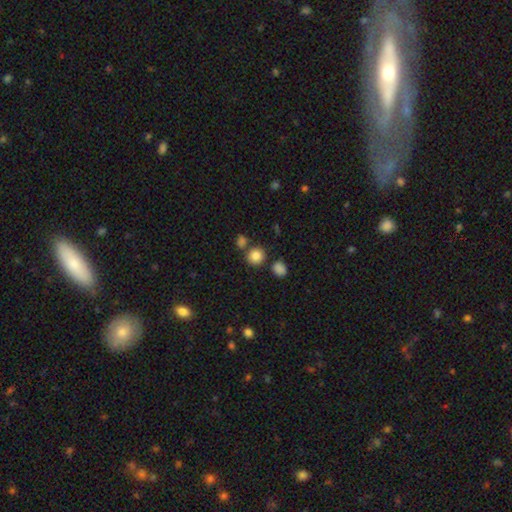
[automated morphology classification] smooth_or_featured: smooth (p=0.84) [alt: star or artifact p=0.11]
how_rounded: round (p=0.87) [alt: in between p=0.12]
merging: none (p=0.74) [alt: merger p=0.14]